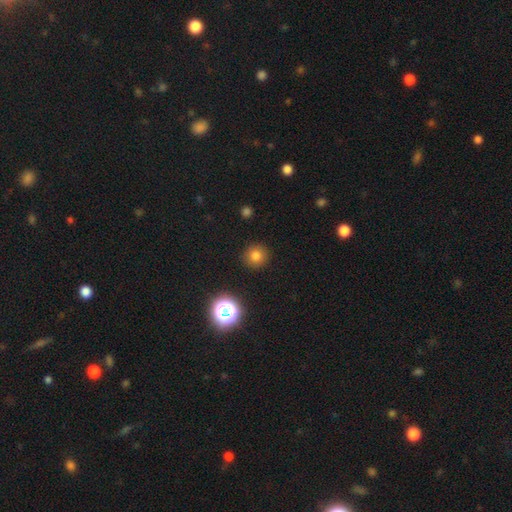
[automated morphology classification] This appears to be a smooth galaxy with no disk features (78%) that is round (93%). Merging: none (91%).